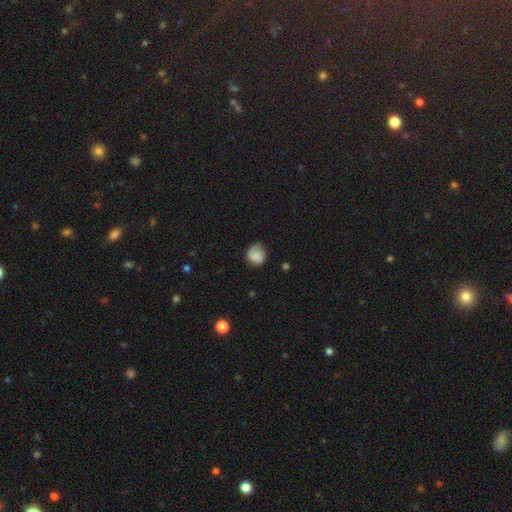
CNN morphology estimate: Overall: smooth (82%). How rounded: round (80%). Merging: none (66%).